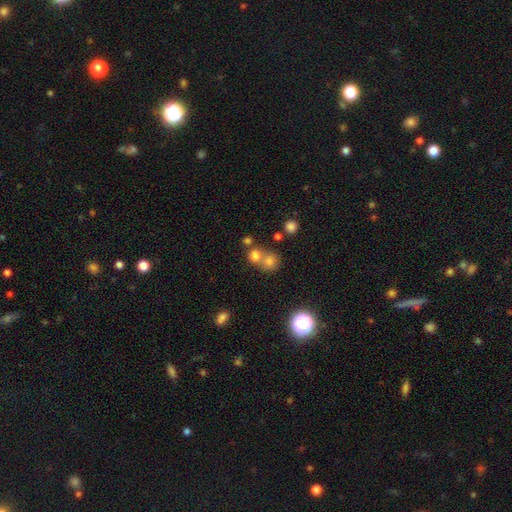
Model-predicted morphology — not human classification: Smooth or featured?
  - smooth: 73% *
  - star or artifact: 17%
  - featured or disk: 10%
How rounded?
  - round: 82% *
  - in between: 17%
  - cigar-shaped: 1%
Merging?
  - merger: 46% *
  - none: 45%
  - minor disturbance: 6%
  - major disturbance: 3%